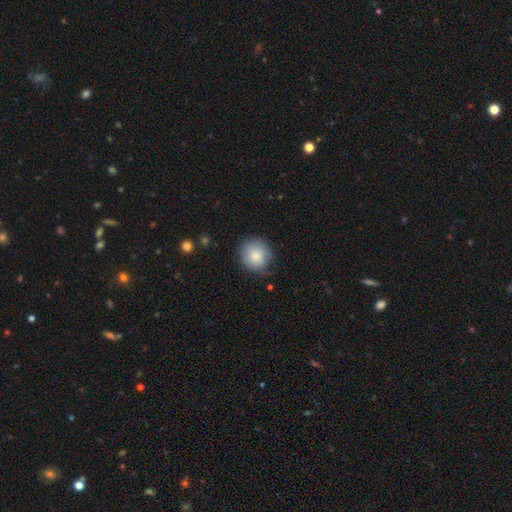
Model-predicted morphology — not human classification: smooth_or_featured: smooth (p=0.84) [alt: featured or disk p=0.09]
how_rounded: round (p=0.89) [alt: in between p=0.10]
merging: none (p=0.74) [alt: minor disturbance p=0.20]